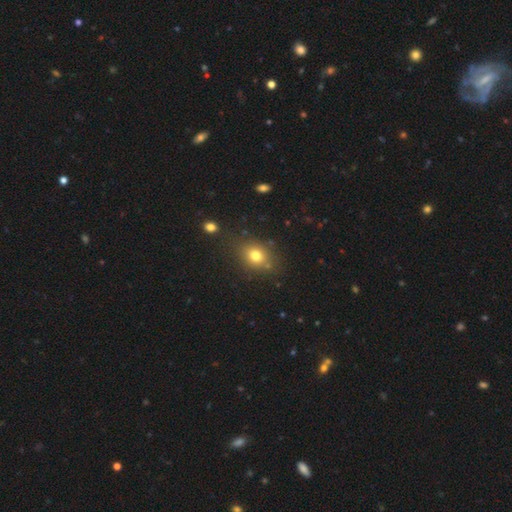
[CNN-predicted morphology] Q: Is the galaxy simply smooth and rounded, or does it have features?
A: smooth — 76%.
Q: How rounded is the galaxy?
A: in between — 53%.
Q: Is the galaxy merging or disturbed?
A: none — 77%.